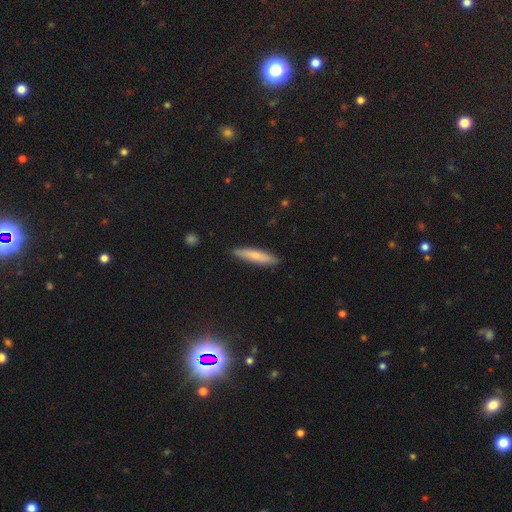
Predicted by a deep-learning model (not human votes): This appears to be a smooth galaxy with no disk features (74%) that is cigar-shaped (86%). Merging: none (88%).